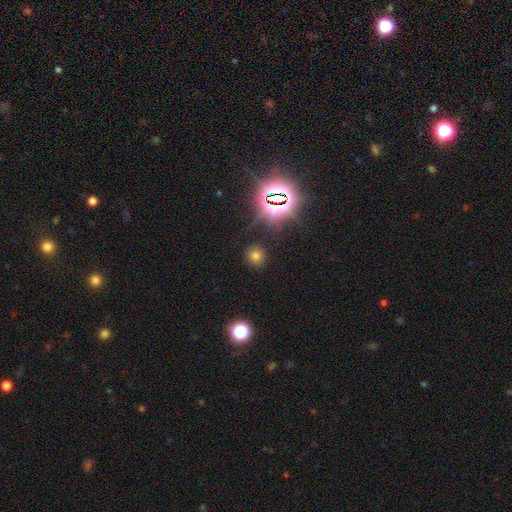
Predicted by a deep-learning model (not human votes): smooth 64%, star or artifact 28%, featured or disk 8%. Down the decision tree: how rounded — round (88%); merging — none (87%).